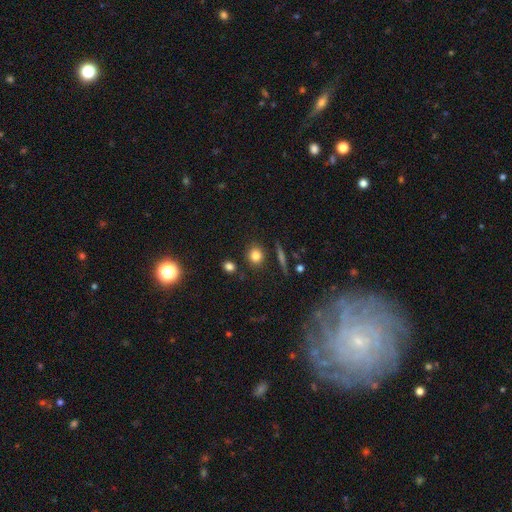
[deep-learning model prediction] Q: Smooth or featured?
A: smooth (81%); runner-up: star or artifact (11%)
Q: How rounded?
A: round (80%); runner-up: in between (18%)
Q: Merging?
A: none (84%); runner-up: minor disturbance (9%)